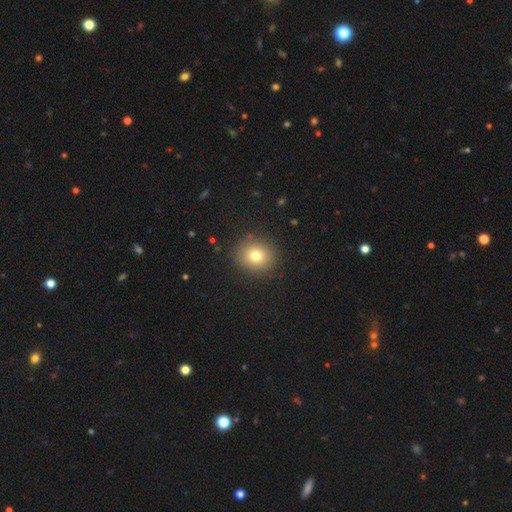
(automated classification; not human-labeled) This is likely a smooth galaxy (77%). How rounded: clearly round (82%). Merging: clearly none (89%).